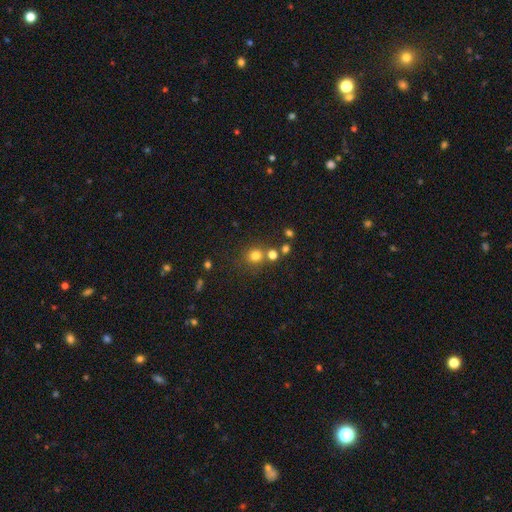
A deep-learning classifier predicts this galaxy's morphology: Q: Smooth or featured?
A: smooth (76%); runner-up: star or artifact (17%)
Q: How rounded?
A: round (87%); runner-up: in between (12%)
Q: Merging?
A: none (69%); runner-up: merger (16%)